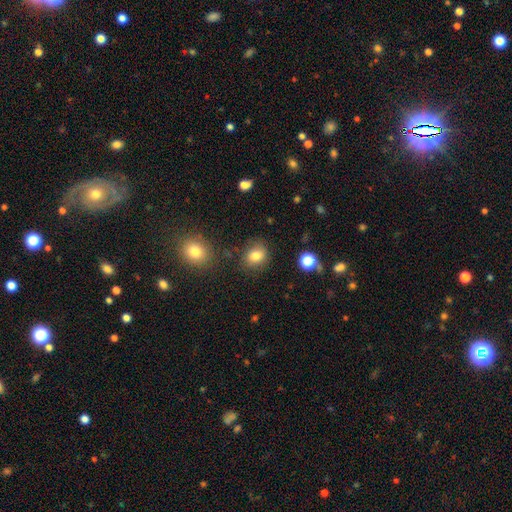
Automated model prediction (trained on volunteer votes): Smooth or featured: smooth — 81% (star or artifact — 12%)
How rounded: round — 62% (in between — 37%)
Merging: none — 78% (minor disturbance — 14%)